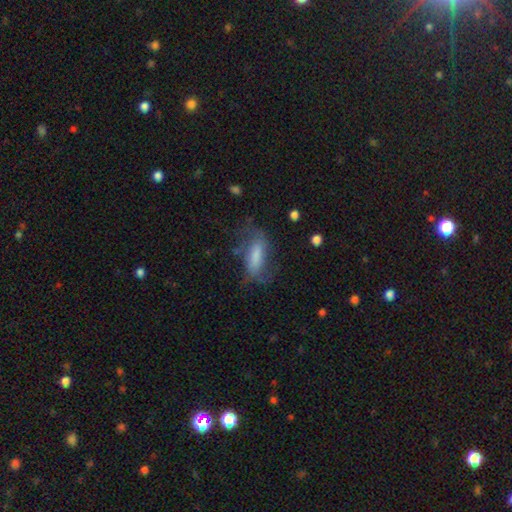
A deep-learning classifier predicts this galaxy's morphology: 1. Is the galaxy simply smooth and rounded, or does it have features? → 52% smooth, 38% featured or disk, 10% star or artifact.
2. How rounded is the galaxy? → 66% in between, 30% cigar-shaped, 3% round.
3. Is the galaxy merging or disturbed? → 54% none, 25% minor disturbance, 20% major disturbance, 2% merger.